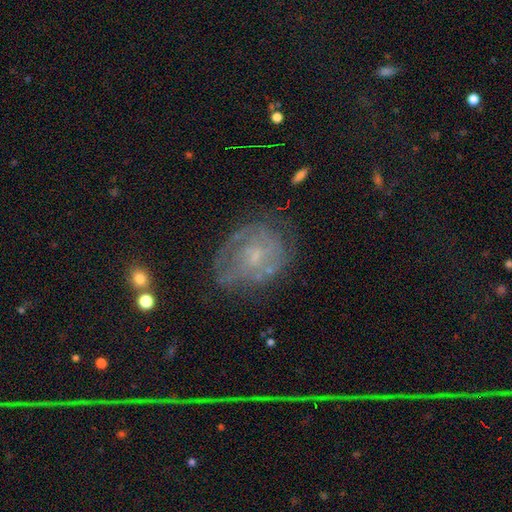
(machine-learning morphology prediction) smooth_or_featured: featured or disk (p=0.69) [alt: smooth p=0.19]
disk_edge_on: no (p=0.97) [alt: yes p=0.03]
bar: no (p=0.66) [alt: weak p=0.29]
has_spiral_arms: yes (p=0.77) [alt: no p=0.23]
spiral_winding: tight (p=0.56) [alt: medium p=0.32]
spiral_arm_count: can't tell (p=0.48) [alt: 2 p=0.27]
bulge_size: small (p=0.62) [alt: moderate p=0.21]
merging: none (p=0.63) [alt: minor disturbance p=0.22]